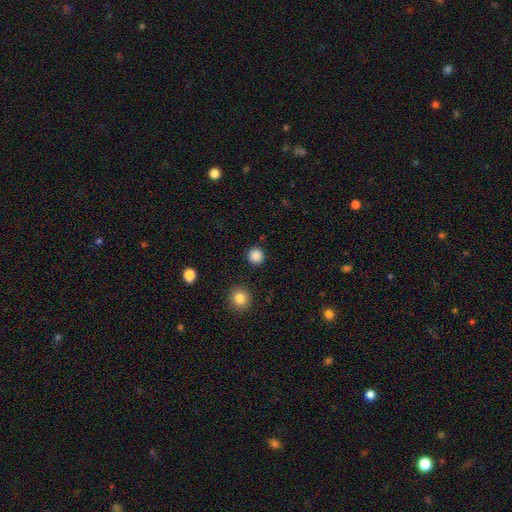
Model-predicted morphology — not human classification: This is clearly a smooth galaxy (86%). How rounded: clearly round (94%). Merging: clearly none (90%).